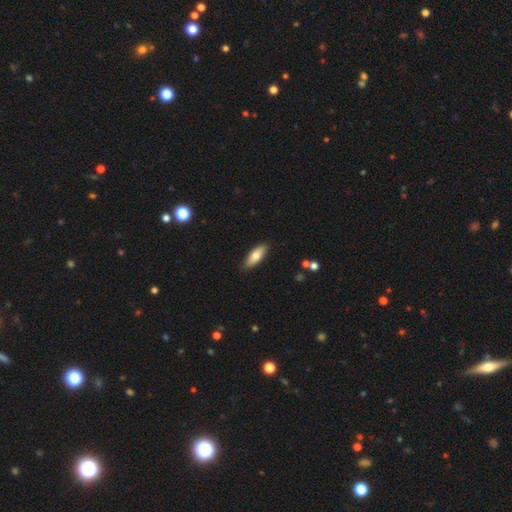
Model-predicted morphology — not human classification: type=smooth (74%); roundness=in between (68%); merging=none (85%).